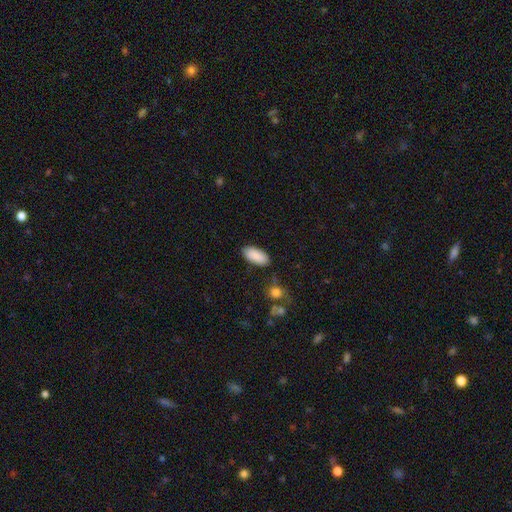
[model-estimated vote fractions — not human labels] smooth 89%, star or artifact 6%, featured or disk 5%. Down the decision tree: how rounded — in between (91%); merging — none (83%).